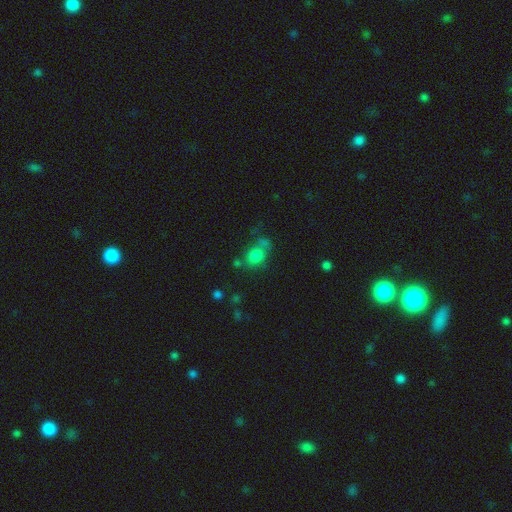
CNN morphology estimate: type=smooth (76%); roundness=round (52%); merging=none (49%).